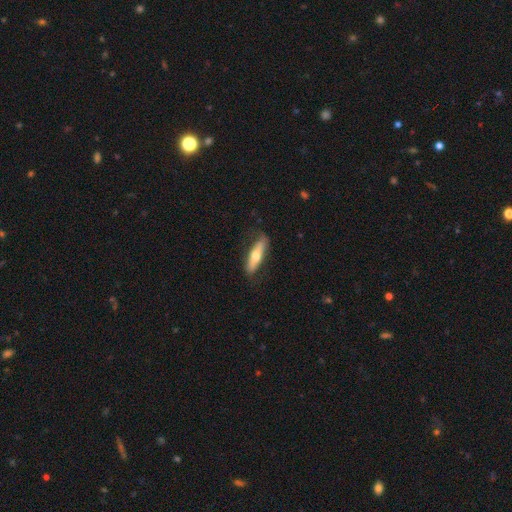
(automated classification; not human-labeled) smooth_or_featured: smooth (p=0.56) [alt: featured or disk p=0.39]
how_rounded: cigar-shaped (p=0.63) [alt: in between p=0.35]
merging: none (p=0.76) [alt: minor disturbance p=0.18]